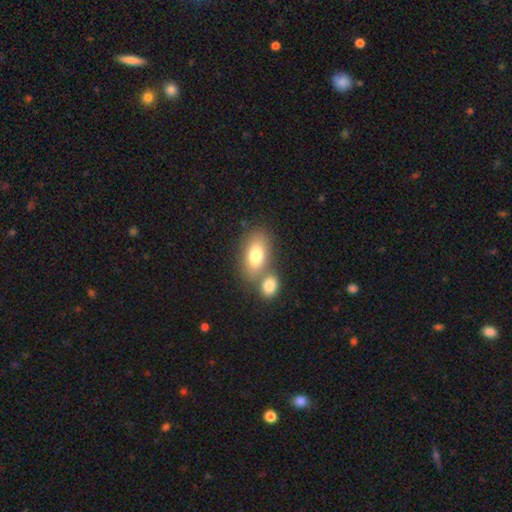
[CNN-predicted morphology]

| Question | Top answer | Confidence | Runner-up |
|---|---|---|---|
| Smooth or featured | smooth | 78% | featured or disk (15%) |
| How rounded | in between | 88% | round (8%) |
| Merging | none | 47% | merger (39%) |